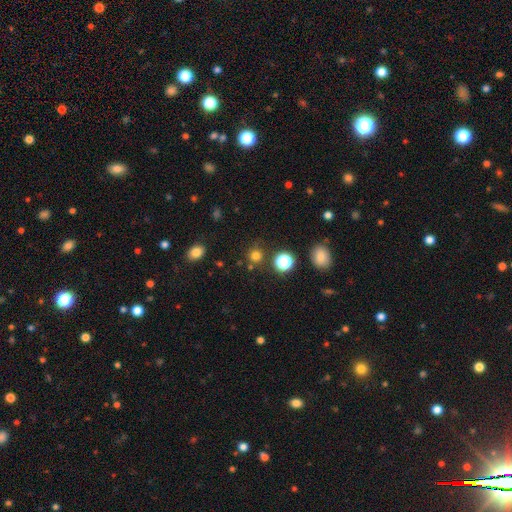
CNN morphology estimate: Smooth or featured? Predicted: smooth (p=0.74). How rounded? Predicted: round (p=0.90). Merging? Predicted: none (p=0.79).